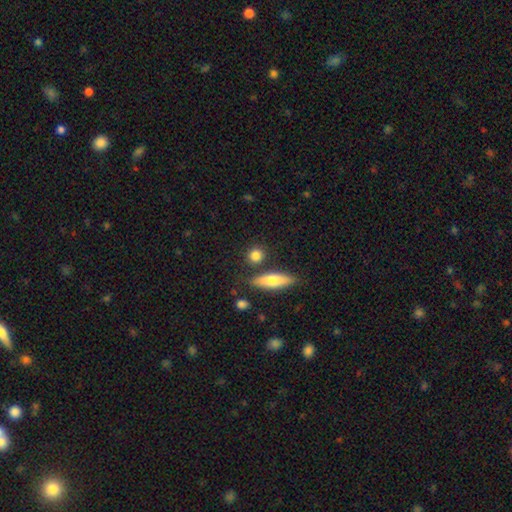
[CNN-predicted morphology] smooth-or-featured: smooth: 82% | featured or disk: 10% | star or artifact: 8%
  how-rounded: round: 71% | in between: 21% | cigar-shaped: 8%
  merging: none: 79% | minor disturbance: 10% | merger: 8% | major disturbance: 3%